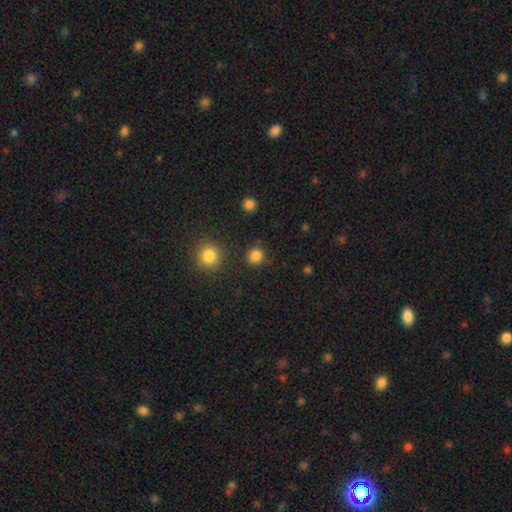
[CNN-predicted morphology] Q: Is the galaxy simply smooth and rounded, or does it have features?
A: smooth — 83%.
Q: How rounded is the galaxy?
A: round — 87%.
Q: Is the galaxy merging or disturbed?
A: none — 86%.